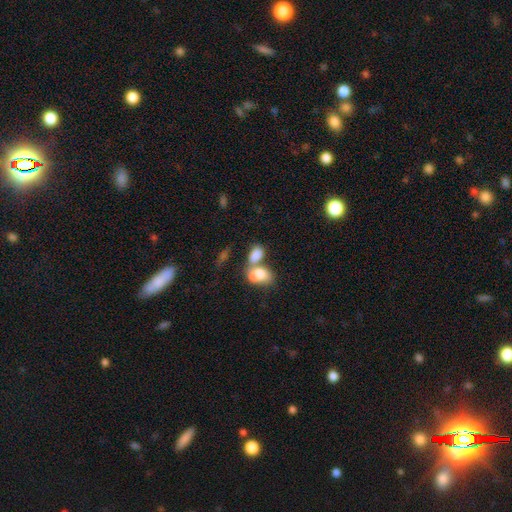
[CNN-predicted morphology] A smooth galaxy with no disk features (77%) that is in between round and cigar-shaped (81%). Merging: merger (64%).